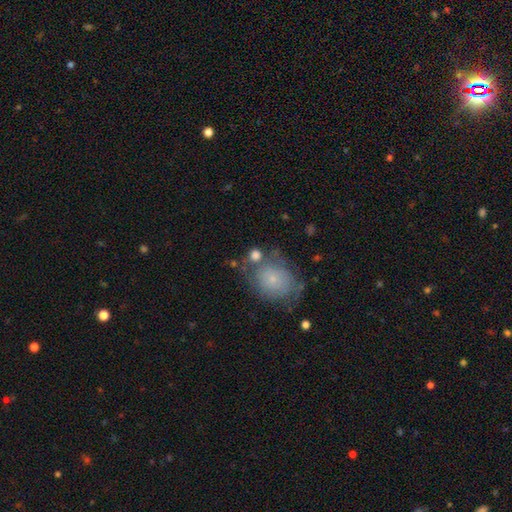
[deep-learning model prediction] smooth-or-featured: smooth: 67% | featured or disk: 23% | star or artifact: 10%
  how-rounded: round: 77% | in between: 21% | cigar-shaped: 2%
  merging: none: 57% | merger: 18% | minor disturbance: 16% | major disturbance: 9%